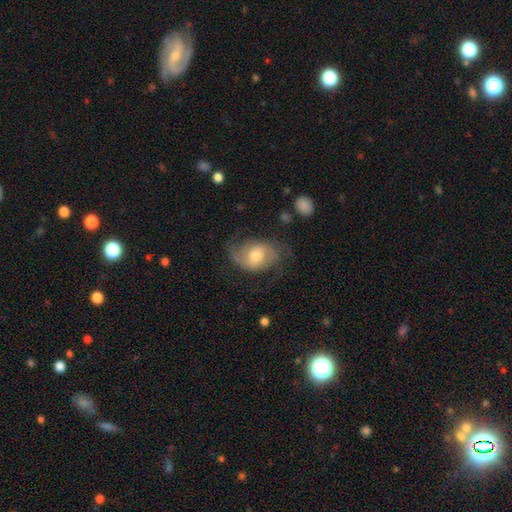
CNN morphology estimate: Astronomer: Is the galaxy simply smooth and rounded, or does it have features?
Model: featured or disk — 58%.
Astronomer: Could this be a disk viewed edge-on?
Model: no — 96%.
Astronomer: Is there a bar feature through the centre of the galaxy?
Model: no — 61%.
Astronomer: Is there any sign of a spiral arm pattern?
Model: yes — 84%.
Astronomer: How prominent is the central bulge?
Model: moderate — 66%.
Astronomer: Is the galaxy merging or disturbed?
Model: none — 58%.